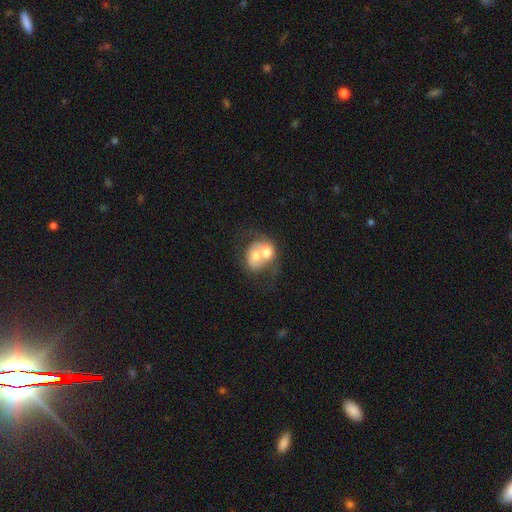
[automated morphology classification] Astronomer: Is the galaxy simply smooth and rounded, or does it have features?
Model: smooth — 52% (runner-up: featured or disk, 41%).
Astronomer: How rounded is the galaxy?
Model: round — 55% (runner-up: in between, 44%).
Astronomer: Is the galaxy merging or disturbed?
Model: merger — 73%.